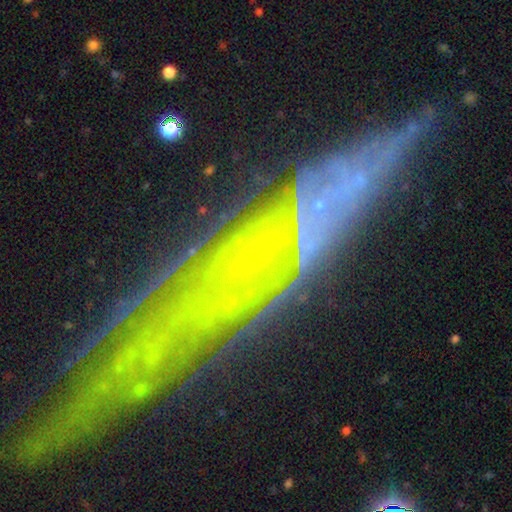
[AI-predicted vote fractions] Overall: featured or disk (60%; star or artifact 24%). Edge-on disk: no (56%; yes 44%). Merging: none (65%).